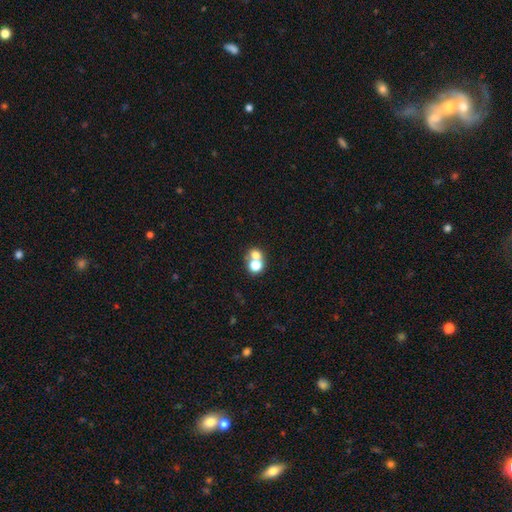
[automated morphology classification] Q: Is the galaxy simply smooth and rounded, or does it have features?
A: smooth — 68%.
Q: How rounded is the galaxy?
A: round — 76%.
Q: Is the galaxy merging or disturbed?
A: merger — 54%.